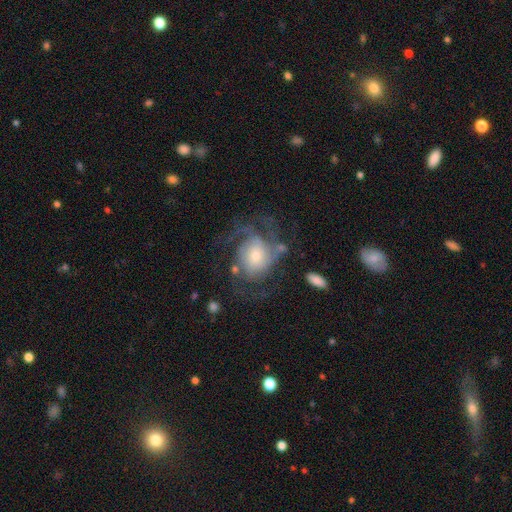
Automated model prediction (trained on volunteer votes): The model was most divided on "spiral arm count": 2: 27%, 3: 26%, can't tell: 25%, 4: 9%, 1: 7%, more than 4: 6%. Remaining: edge-on disk — no (98%); spiral arms — yes (92%); smooth or featured — featured or disk (79%); bar — no (72%); merging — none (49%); bulge size — small (47%); spiral winding — medium (44%).